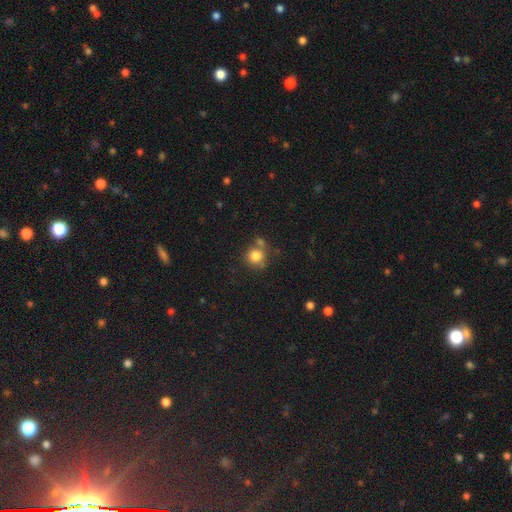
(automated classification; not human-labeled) Q: Smooth or featured?
A: smooth (82%); runner-up: star or artifact (11%)
Q: How rounded?
A: round (88%); runner-up: in between (11%)
Q: Merging?
A: none (63%); runner-up: merger (20%)